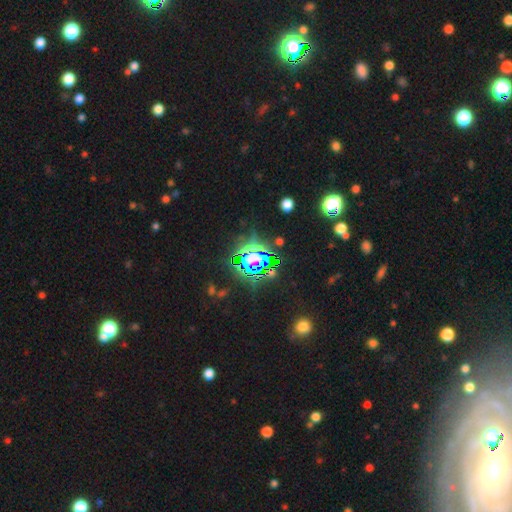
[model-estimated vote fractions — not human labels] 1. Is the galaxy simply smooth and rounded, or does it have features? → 78% star or artifact, 13% smooth, 10% featured or disk.